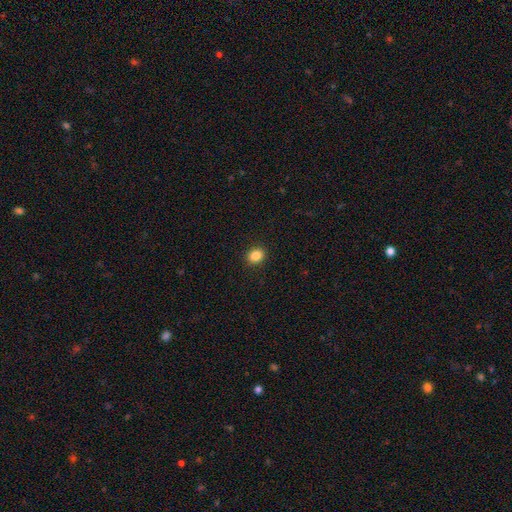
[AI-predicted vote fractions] The model was most divided on "how rounded": round: 61%, in between: 39%, cigar-shaped: 1%. More confident: merging — none (91%); smooth or featured — smooth (86%).